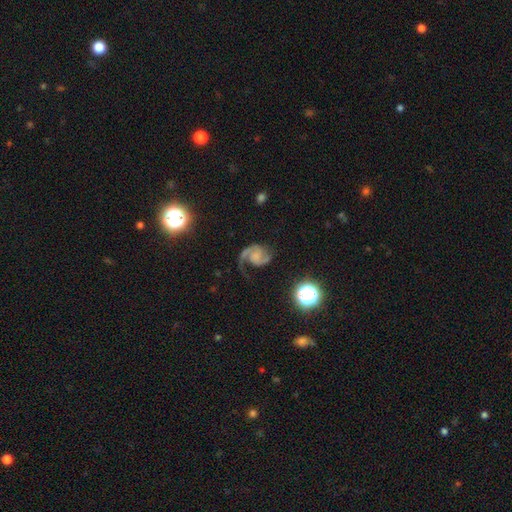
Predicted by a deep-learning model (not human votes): A featured or disk galaxy (84%) with no bar (66%), 2 (74%) medium (48%) spiral arms (97%) and no central bulge (44%).

Vote fractions:
- Smooth or featured? featured or disk: 84% / smooth: 9% / star or artifact: 7%
- Edge-on disk? no: 98% / yes: 2%
- Bar? no: 66% / weak: 28% / strong: 6%
- Spiral arms? yes: 97% / no: 3%
- Spiral winding? medium: 48% / loose: 34% / tight: 18%
- Spiral arm count? 2: 74% / 1: 20% / can't tell: 2% / 3: 1% / 4: 1% / more than 4: 1%
- Bulge size? none: 44% / small: 29% / moderate: 17% / large: 7% / dominant: 2%
- Merging? none: 55% / major disturbance: 23% / minor disturbance: 19% / merger: 3%